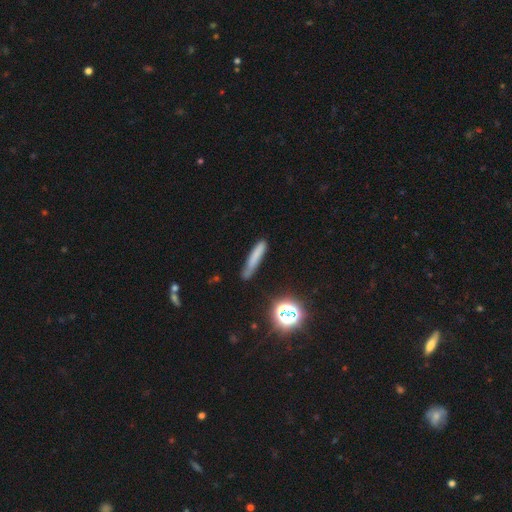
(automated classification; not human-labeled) Smooth or featured? Predicted: smooth (p=0.69). How rounded? Predicted: cigar-shaped (p=0.91). Merging? Predicted: none (p=0.71).